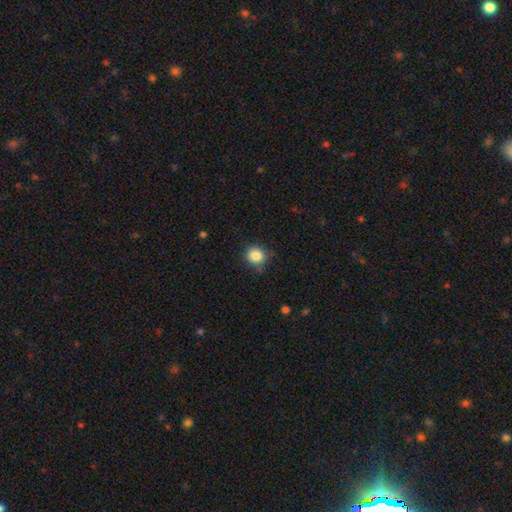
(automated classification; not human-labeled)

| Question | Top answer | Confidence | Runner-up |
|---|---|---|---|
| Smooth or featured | smooth | 85% | star or artifact (10%) |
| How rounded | round | 86% | in between (13%) |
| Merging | none | 82% | minor disturbance (13%) |